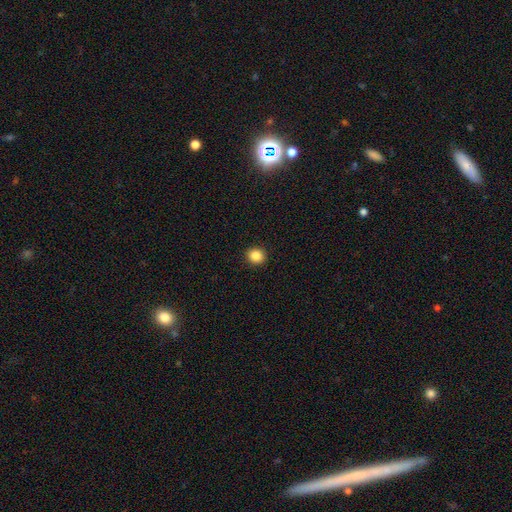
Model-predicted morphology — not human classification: Smooth or featured? Predicted: smooth (p=0.86). How rounded? Predicted: round (p=0.88). Merging? Predicted: none (p=0.93).